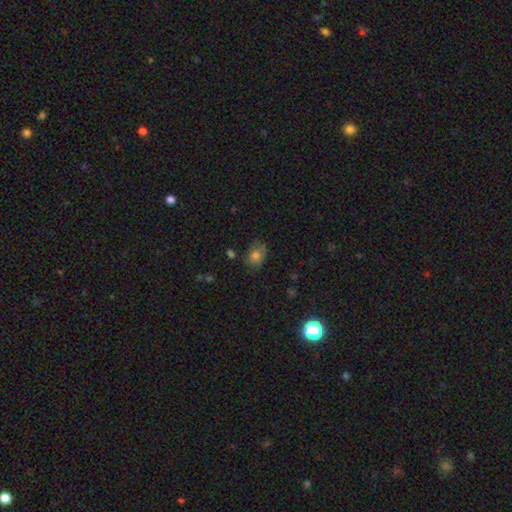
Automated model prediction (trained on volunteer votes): Smooth or featured?
  - smooth: 75% *
  - featured or disk: 13%
  - star or artifact: 12%
How rounded?
  - in between: 68% *
  - round: 31%
  - cigar-shaped: 1%
Merging?
  - none: 63% *
  - minor disturbance: 25%
  - major disturbance: 8%
  - merger: 4%